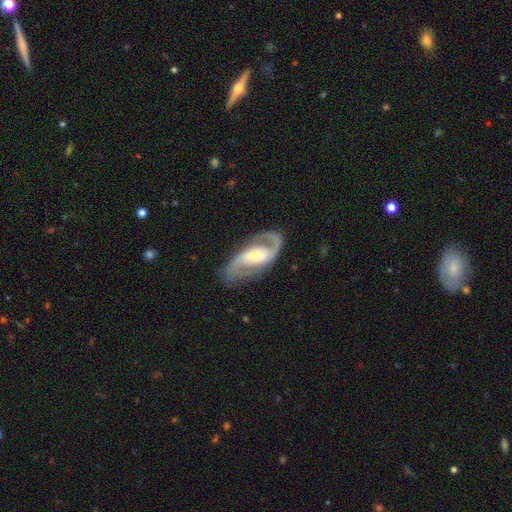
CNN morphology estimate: A featured or disk galaxy (88%) with a weak bar (43%), 2 (91%) medium (52%) spiral arms (97%) and a moderate central bulge (43%). Merging: none (78%).